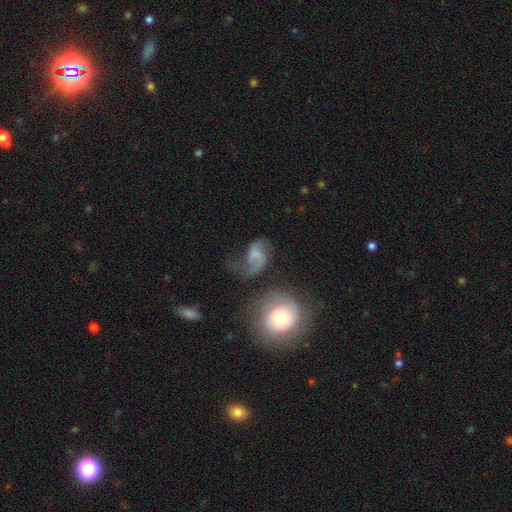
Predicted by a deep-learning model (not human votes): Smooth or featured: featured or disk — 59% (smooth — 31%)
Edge-on disk: no — 97% (yes — 3%)
Bar: no — 52% (weak — 38%)
Spiral arms: yes — 84% (no — 16%)
Bulge size: none — 44% (small — 30%)
Merging: none — 33% (major disturbance — 32%)